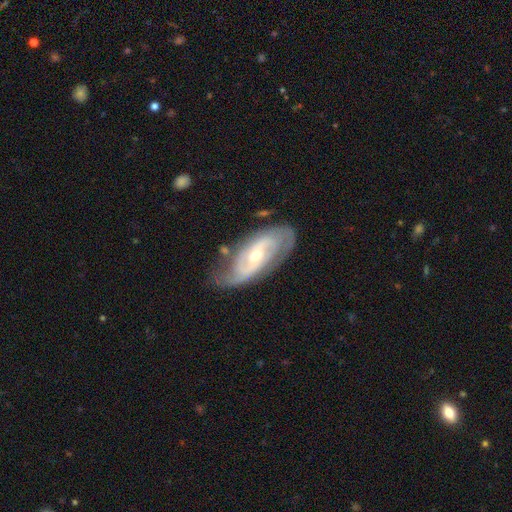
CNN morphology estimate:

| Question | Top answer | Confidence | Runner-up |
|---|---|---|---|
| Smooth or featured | featured or disk | 83% | smooth (12%) |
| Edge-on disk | no | 93% | yes (7%) |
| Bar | weak | 41% | no (38%) |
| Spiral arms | yes | 92% | no (8%) |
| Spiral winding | medium | 42% | tight (36%) |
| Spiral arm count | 2 | 73% | can't tell (15%) |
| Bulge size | moderate | 50% | small (46%) |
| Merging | none | 68% | minor disturbance (21%) |